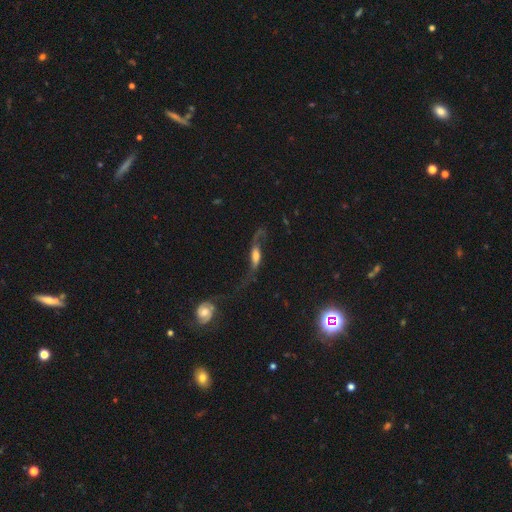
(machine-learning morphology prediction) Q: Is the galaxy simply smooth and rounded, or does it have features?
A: featured or disk — 67%.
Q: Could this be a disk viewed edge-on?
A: no — 72%.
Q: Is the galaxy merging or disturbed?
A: none — 38%, tied with major disturbance.